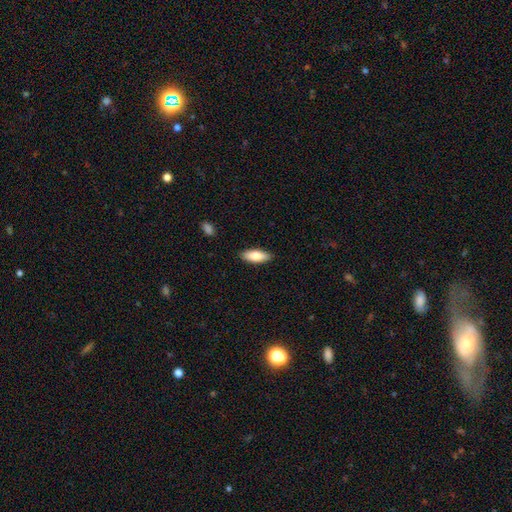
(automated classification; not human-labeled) Smooth or featured: smooth — 80% (featured or disk — 14%)
How rounded: in between — 78% (cigar-shaped — 20%)
Merging: none — 88% (minor disturbance — 9%)